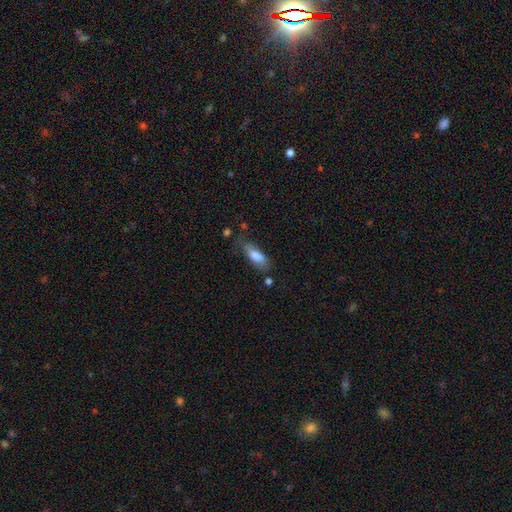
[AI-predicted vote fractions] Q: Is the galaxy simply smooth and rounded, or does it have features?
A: smooth — 78%.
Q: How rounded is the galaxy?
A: in between — 70%.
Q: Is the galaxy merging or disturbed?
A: none — 55%.